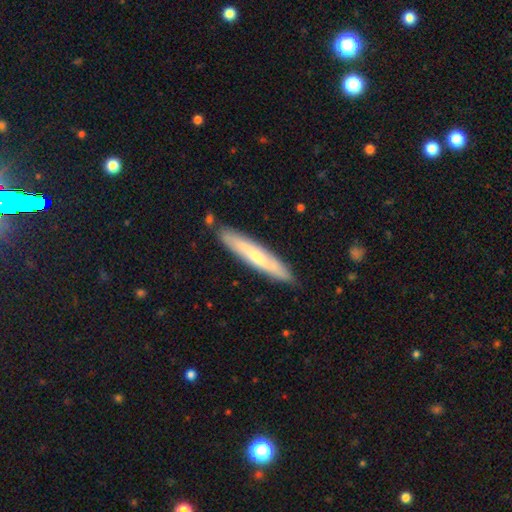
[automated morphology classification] smooth 51%, featured or disk 44%, star or artifact 5%. Down the decision tree: how rounded — cigar-shaped (91%); merging — none (86%).